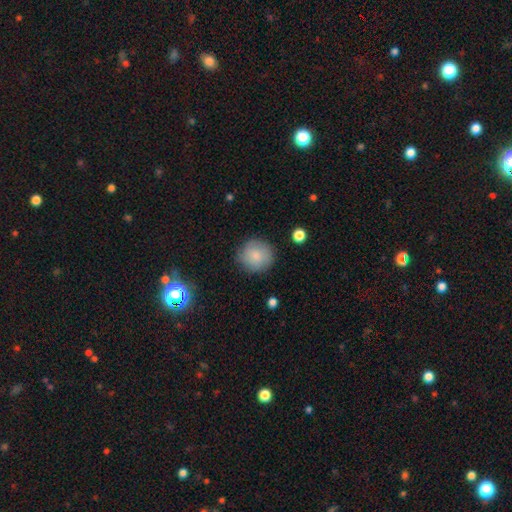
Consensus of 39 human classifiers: Morphology: type=smooth (85%); roundness=round (97%); merging=none (89%).